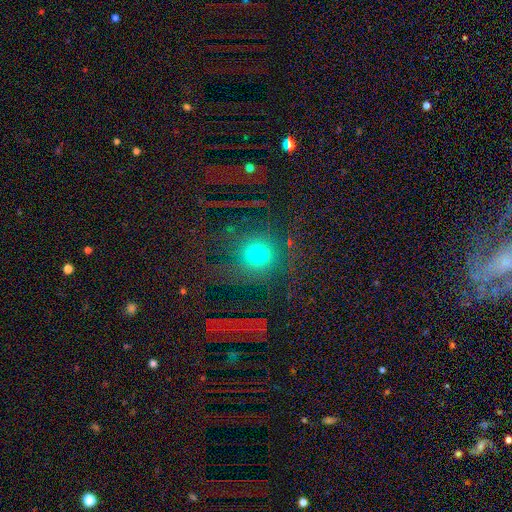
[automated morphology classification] smooth_or_featured: star or artifact (p=0.35) [tied with: featured or disk p=0.35]